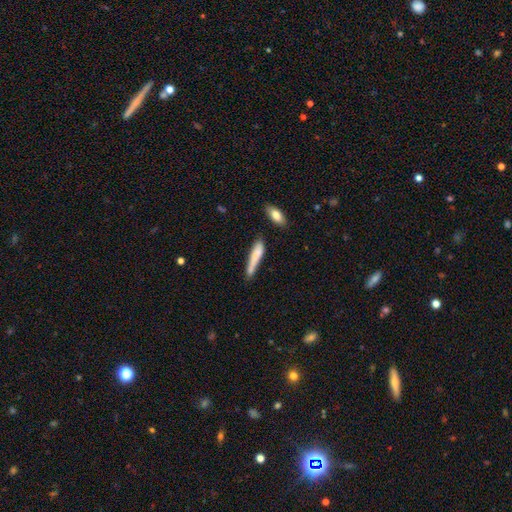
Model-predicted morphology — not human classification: This is likely a smooth galaxy (75%). How rounded: clearly cigar-shaped (85%). Merging: possibly none (47%).